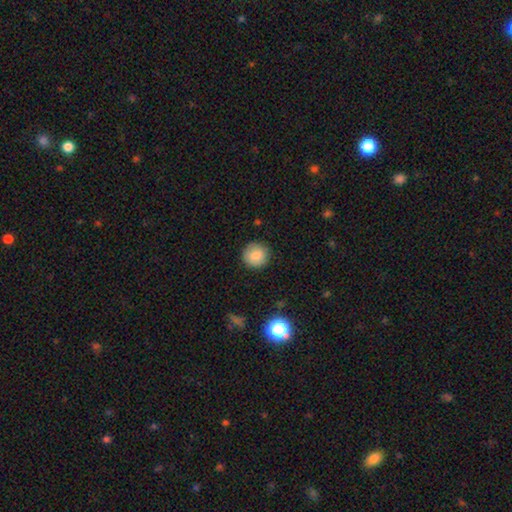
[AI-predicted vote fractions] This is clearly a smooth galaxy (85%). How rounded: clearly round (93%). Merging: clearly none (89%).